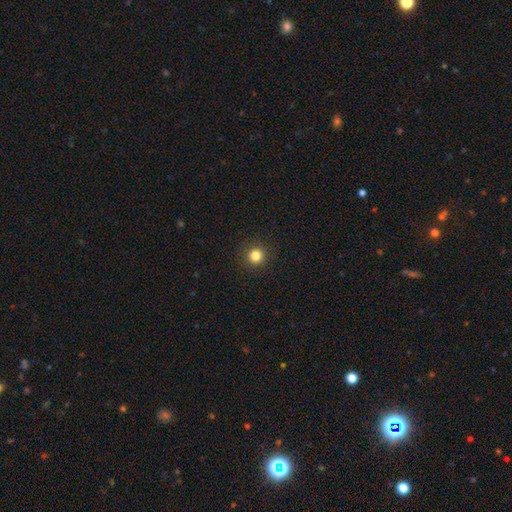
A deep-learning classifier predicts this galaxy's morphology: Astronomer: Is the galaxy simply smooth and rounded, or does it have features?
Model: smooth — 83%.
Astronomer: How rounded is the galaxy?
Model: round — 94%.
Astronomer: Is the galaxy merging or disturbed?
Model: none — 92%.